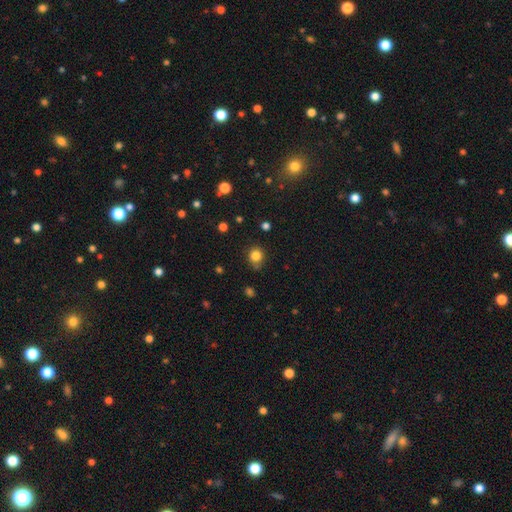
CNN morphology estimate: This appears to be a smooth galaxy with no disk features (82%) that is round (84%). Merging: none (77%).